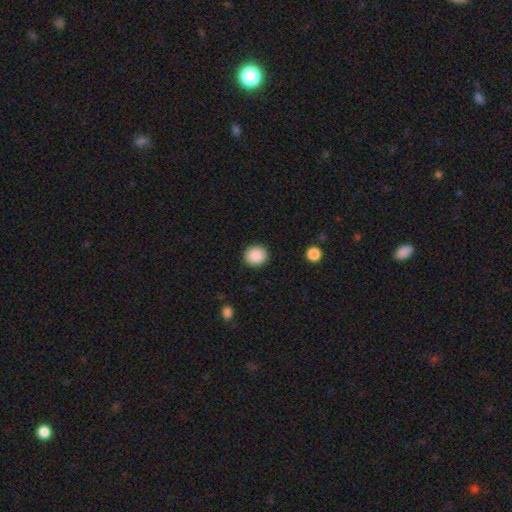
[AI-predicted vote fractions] smooth 89%, star or artifact 8%, featured or disk 3%. Down the decision tree: how rounded — round (86%); merging — none (91%).